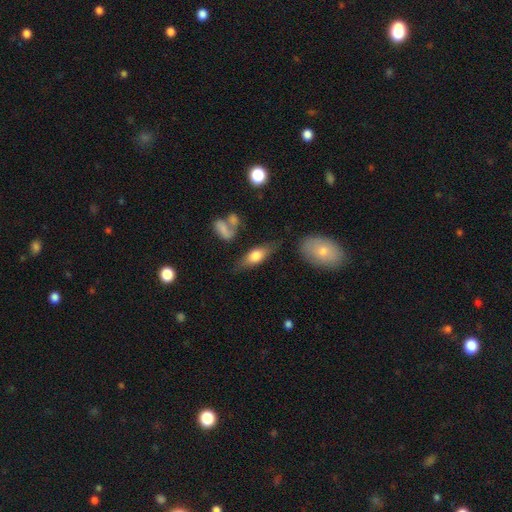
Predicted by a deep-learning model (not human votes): Smooth or featured: smooth — 64% (featured or disk — 29%)
How rounded: in between — 71% (cigar-shaped — 25%)
Merging: none — 70% (minor disturbance — 19%)